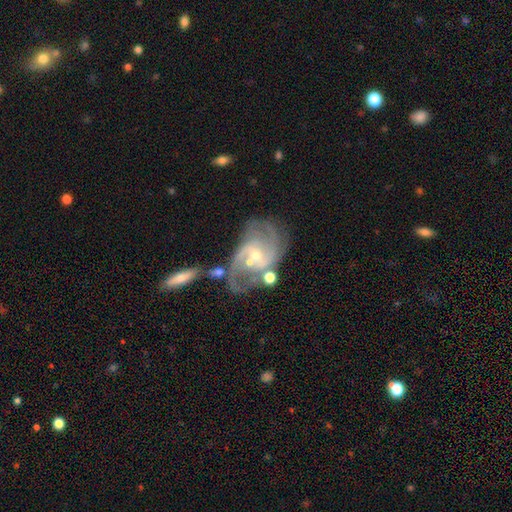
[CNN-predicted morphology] Smooth or featured? featured or disk (86%)
Edge-on disk? no (97%)
Bar? no (48%)
Spiral arms? yes (95%)
Spiral winding? medium (50%)
Spiral arm count? 2 (57%)
Bulge size? small (63%)
Merging? none (44%)